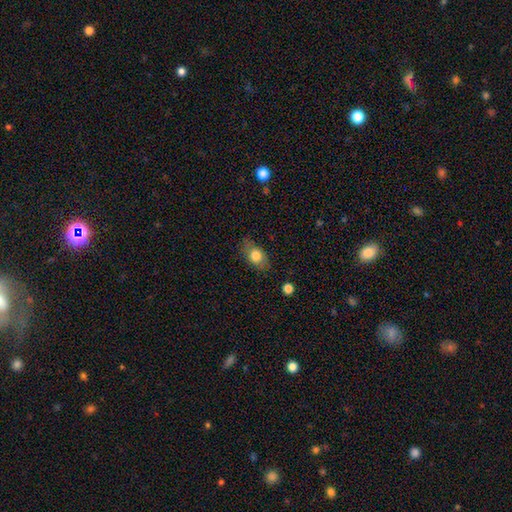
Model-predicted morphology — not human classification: This is likely a smooth galaxy (75%). How rounded: likely in between (78%). Merging: likely none (72%).